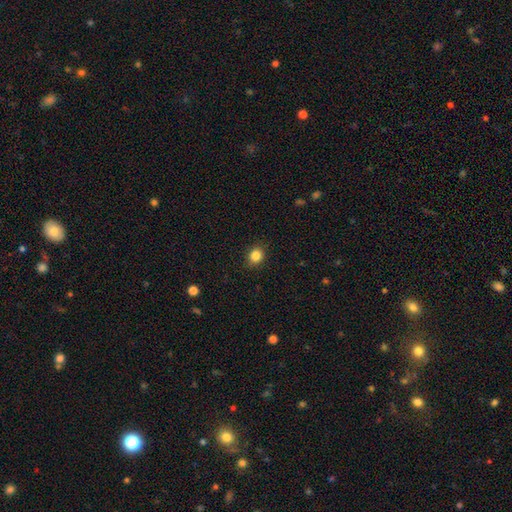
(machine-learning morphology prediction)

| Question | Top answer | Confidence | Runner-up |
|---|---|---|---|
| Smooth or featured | smooth | 85% | star or artifact (11%) |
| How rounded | round | 66% | in between (33%) |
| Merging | none | 88% | minor disturbance (8%) |